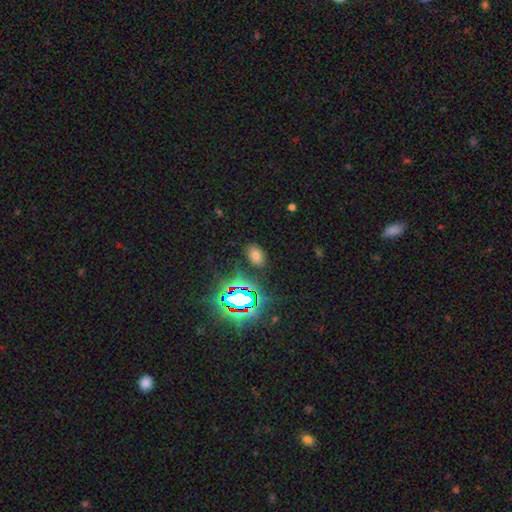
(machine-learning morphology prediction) A smooth galaxy with no disk features (59%) that is in between round and cigar-shaped (86%).

Vote fractions:
- Smooth or featured? smooth: 59% / star or artifact: 33% / featured or disk: 8%
- How rounded? in between: 86% / round: 12% / cigar-shaped: 2%
- Merging? none: 85% / minor disturbance: 10% / major disturbance: 4% / merger: 2%